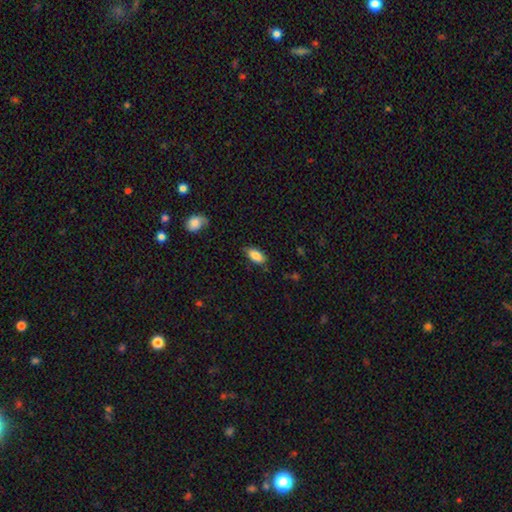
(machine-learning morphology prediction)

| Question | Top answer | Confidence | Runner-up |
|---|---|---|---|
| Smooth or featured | smooth | 85% | featured or disk (8%) |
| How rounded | in between | 92% | cigar-shaped (5%) |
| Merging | none | 77% | minor disturbance (18%) |